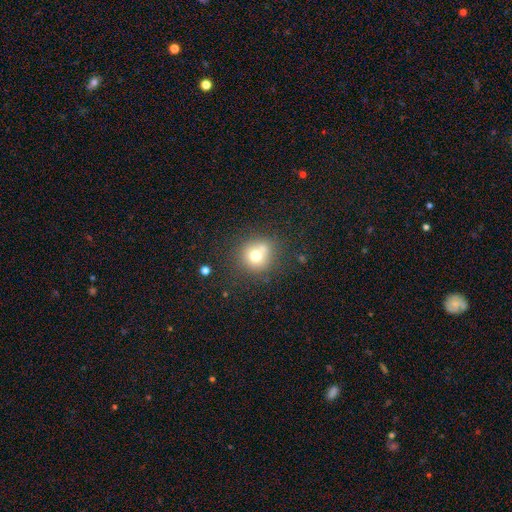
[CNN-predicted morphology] Smooth or featured?
  - smooth: 69% *
  - featured or disk: 16%
  - star or artifact: 15%
How rounded?
  - round: 90% *
  - in between: 9%
  - cigar-shaped: 1%
Merging?
  - none: 63% *
  - merger: 19%
  - minor disturbance: 12%
  - major disturbance: 5%